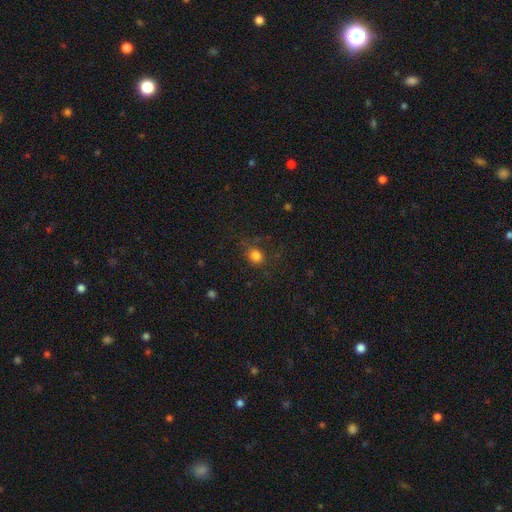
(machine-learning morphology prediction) smooth-or-featured: smooth: 80% | star or artifact: 15% | featured or disk: 6%
  how-rounded: round: 68% | in between: 30% | cigar-shaped: 1%
  merging: none: 73% | minor disturbance: 17% | major disturbance: 9% | merger: 2%